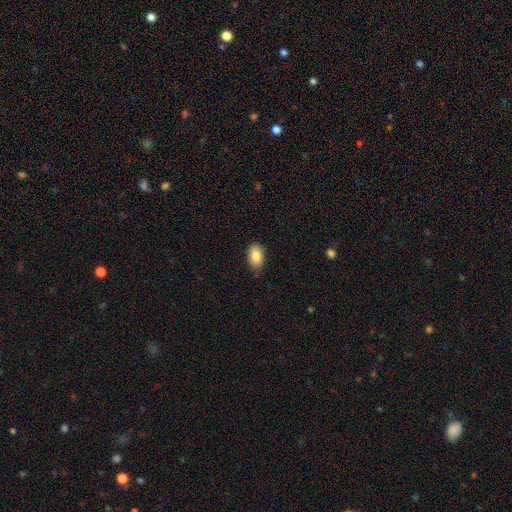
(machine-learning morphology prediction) smooth_or_featured: smooth (p=0.86) [alt: star or artifact p=0.07]
how_rounded: in between (p=0.93) [alt: round p=0.05]
merging: none (p=0.84) [alt: minor disturbance p=0.13]